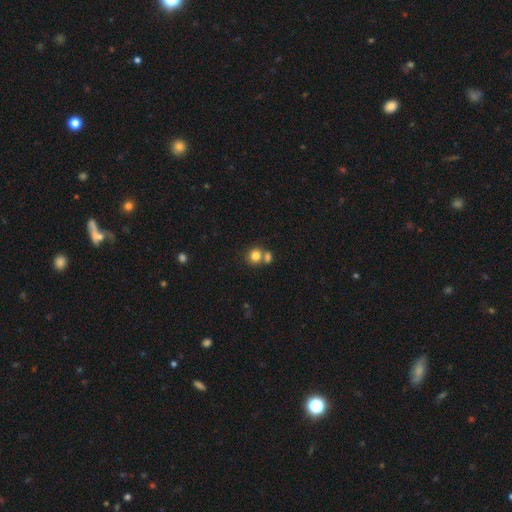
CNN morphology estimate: smooth 81%, star or artifact 11%, featured or disk 8%. Down the decision tree: how rounded — round (84%); merging — none (50%).